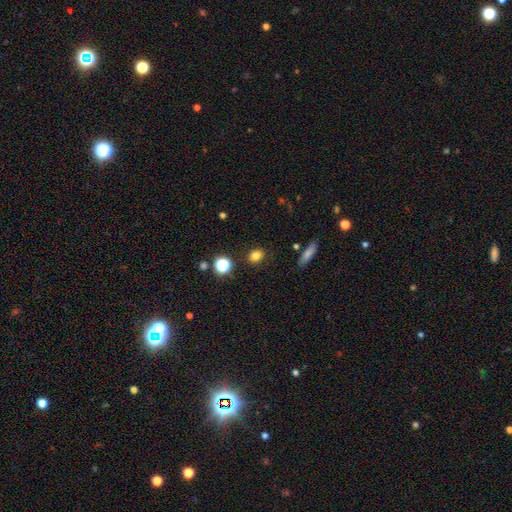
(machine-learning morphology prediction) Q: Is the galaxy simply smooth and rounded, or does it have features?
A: smooth — 80%.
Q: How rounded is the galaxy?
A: round — 59%.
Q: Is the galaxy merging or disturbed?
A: none — 87%.